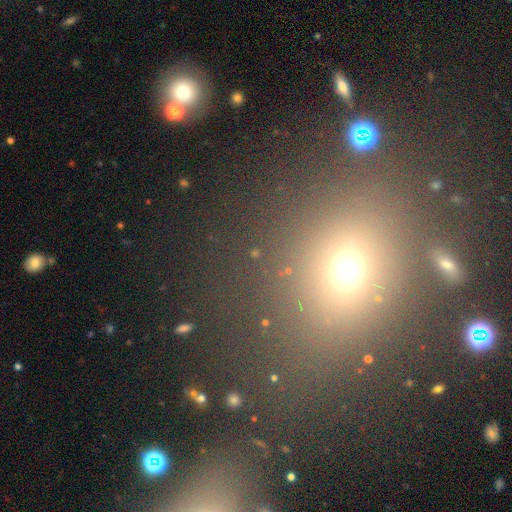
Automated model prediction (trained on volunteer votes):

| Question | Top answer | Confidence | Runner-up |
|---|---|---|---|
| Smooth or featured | smooth | 54% | star or artifact (36%) |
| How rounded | round | 66% | in between (32%) |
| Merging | none | 80% | minor disturbance (9%) |